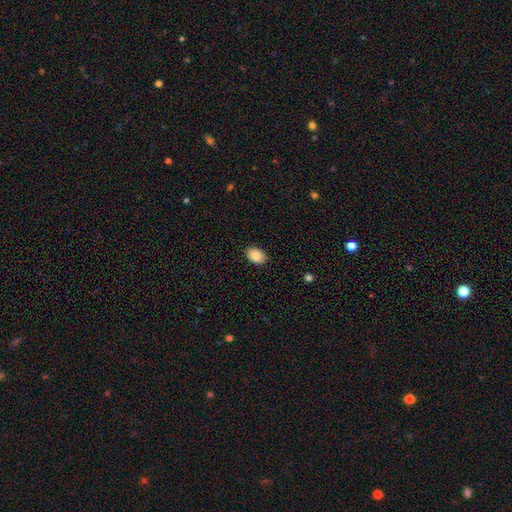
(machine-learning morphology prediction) Smooth or featured? smooth (89%)
How rounded? in between (80%)
Merging? none (87%)